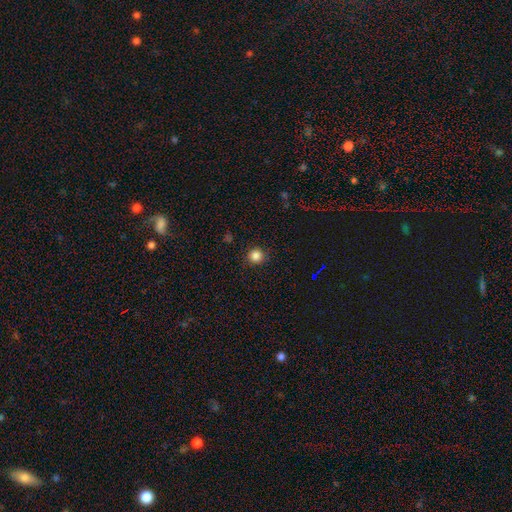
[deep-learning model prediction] Smooth or featured? Predicted: smooth (p=0.85). How rounded? Predicted: round (p=0.93). Merging? Predicted: none (p=0.90).